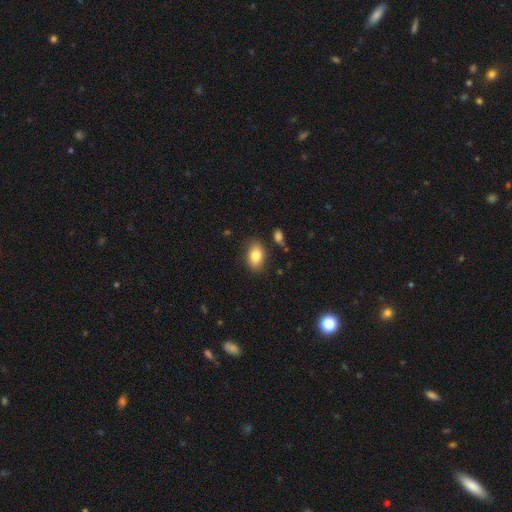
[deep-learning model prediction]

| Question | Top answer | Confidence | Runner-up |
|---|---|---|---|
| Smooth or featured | smooth | 83% | featured or disk (9%) |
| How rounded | in between | 87% | round (11%) |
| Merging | none | 82% | minor disturbance (12%) |